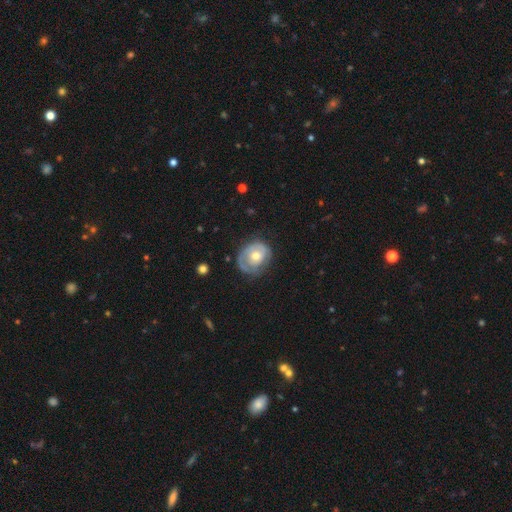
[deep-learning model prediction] Smooth or featured?
  - featured or disk: 58% *
  - smooth: 36%
  - star or artifact: 6%
Edge-on disk?
  - no: 96% *
  - yes: 4%
Bar?
  - no: 80% *
  - weak: 16%
  - strong: 3%
Spiral arms?
  - yes: 62% *
  - no: 38%
Bulge size?
  - moderate: 66% *
  - small: 25%
  - large: 6%
  - none: 1%
  - dominant: 1%
Merging?
  - none: 59% *
  - minor disturbance: 25%
  - major disturbance: 14%
  - merger: 2%